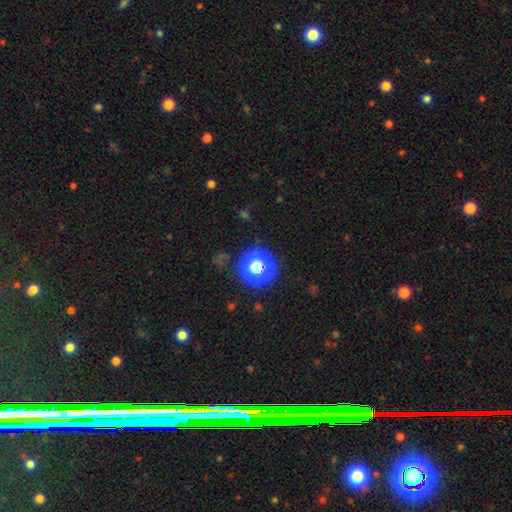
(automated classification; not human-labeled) Q: Smooth or featured?
A: star or artifact (65%); runner-up: smooth (29%)